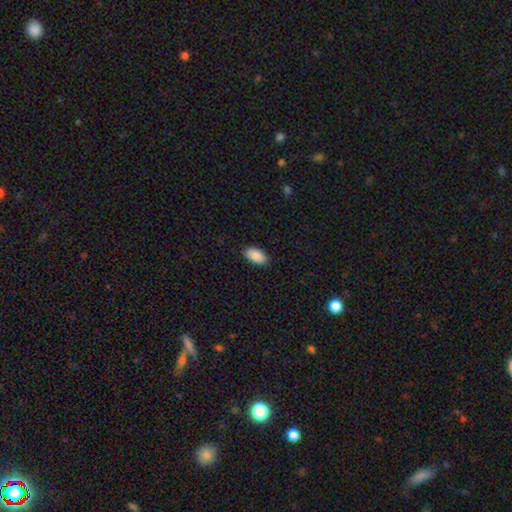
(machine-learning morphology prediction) A smooth galaxy with no disk features (90%) that is in between round and cigar-shaped (95%).

Vote fractions:
- Smooth or featured? smooth: 90% / star or artifact: 6% / featured or disk: 4%
- How rounded? in between: 95% / cigar-shaped: 3% / round: 2%
- Merging? none: 87% / minor disturbance: 10% / major disturbance: 2% / merger: 1%